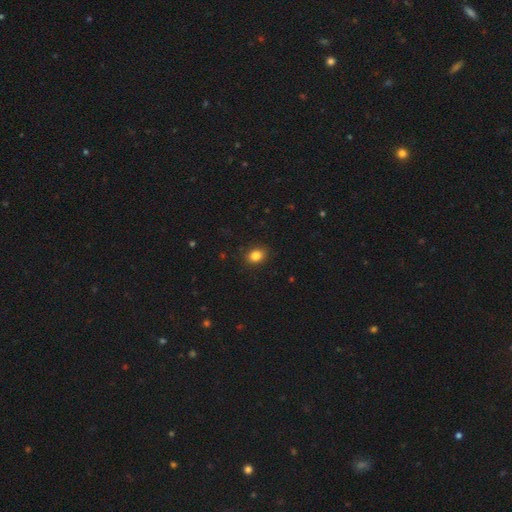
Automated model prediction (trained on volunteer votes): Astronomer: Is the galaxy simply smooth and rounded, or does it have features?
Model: smooth — 85%.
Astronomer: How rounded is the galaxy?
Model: in between — 58% (runner-up: round, 41%).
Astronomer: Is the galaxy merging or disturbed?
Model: none — 89%.